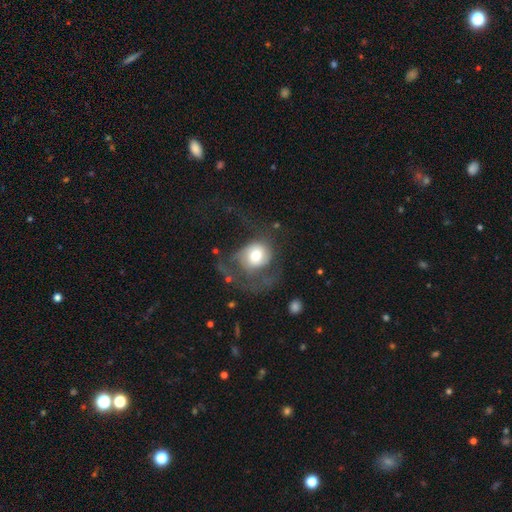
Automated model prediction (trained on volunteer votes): smooth_or_featured: smooth (p=0.49) [alt: featured or disk p=0.43]
merging: major disturbance (p=0.52) [alt: none p=0.29]